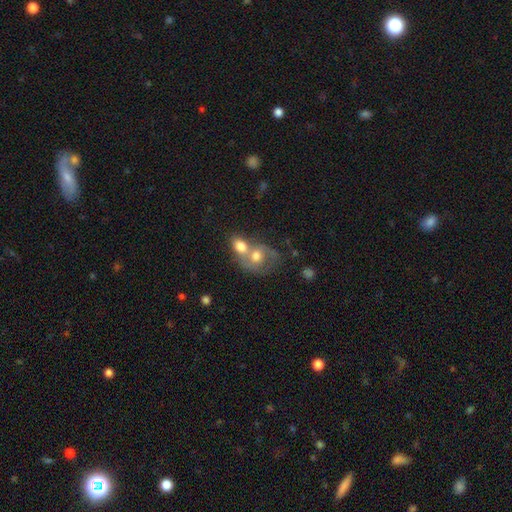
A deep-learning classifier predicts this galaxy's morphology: Q: Smooth or featured?
A: smooth (45%); runner-up: featured or disk (43%)
Q: Merging?
A: merger (66%); runner-up: none (19%)